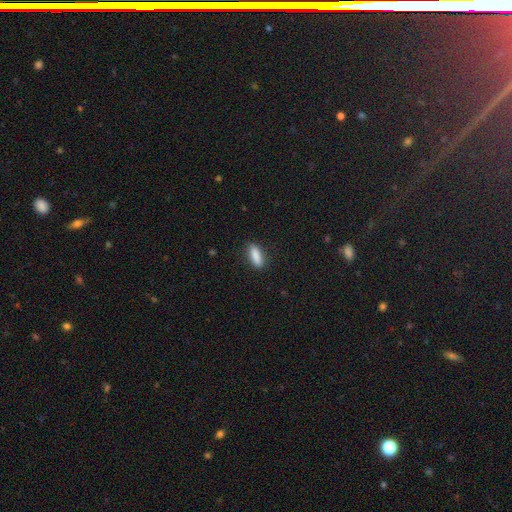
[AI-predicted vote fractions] This appears to be a smooth galaxy with no disk features (87%) that is in between round and cigar-shaped (50%). Merging: none (87%).